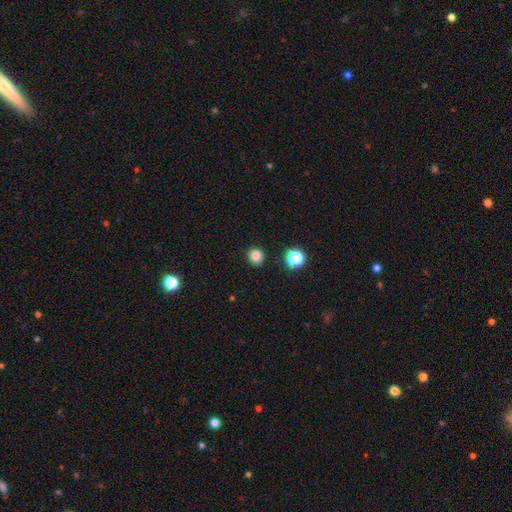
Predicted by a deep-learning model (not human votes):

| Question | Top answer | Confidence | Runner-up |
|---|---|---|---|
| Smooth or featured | smooth | 83% | star or artifact (13%) |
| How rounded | round | 85% | in between (14%) |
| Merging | none | 89% | minor disturbance (7%) |